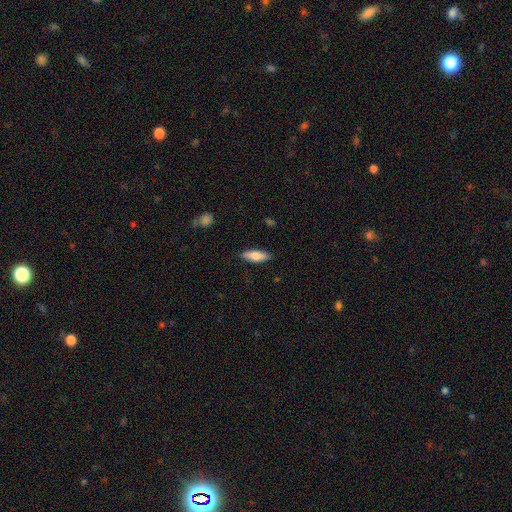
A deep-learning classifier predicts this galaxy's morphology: Smooth or featured?
  - smooth: 74% *
  - featured or disk: 20%
  - star or artifact: 6%
How rounded?
  - in between: 61% *
  - cigar-shaped: 37%
  - round: 2%
Merging?
  - none: 87% *
  - minor disturbance: 10%
  - major disturbance: 2%
  - merger: 1%